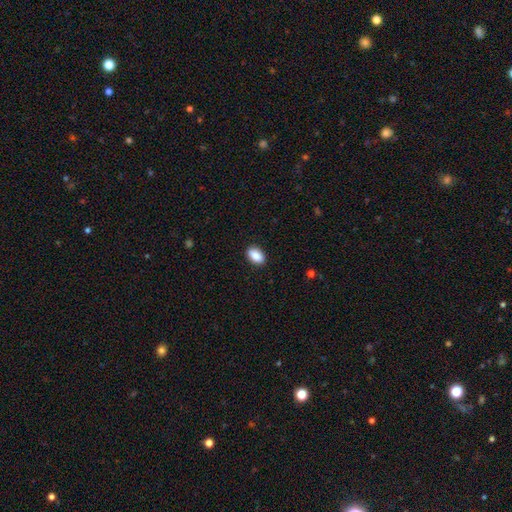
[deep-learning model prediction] Smooth or featured?
  - smooth: 89% *
  - star or artifact: 7%
  - featured or disk: 4%
How rounded?
  - in between: 91% *
  - round: 7%
  - cigar-shaped: 2%
Merging?
  - none: 89% *
  - minor disturbance: 8%
  - major disturbance: 2%
  - merger: 1%